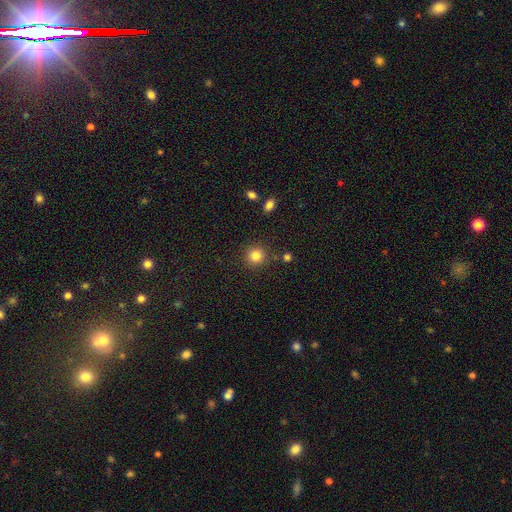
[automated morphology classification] A smooth galaxy with no disk features (84%) that is round (92%).

Vote fractions:
- Smooth or featured? smooth: 84% / star or artifact: 11% / featured or disk: 5%
- How rounded? round: 92% / in between: 7% / cigar-shaped: 1%
- Merging? none: 87% / minor disturbance: 7% / merger: 3% / major disturbance: 3%